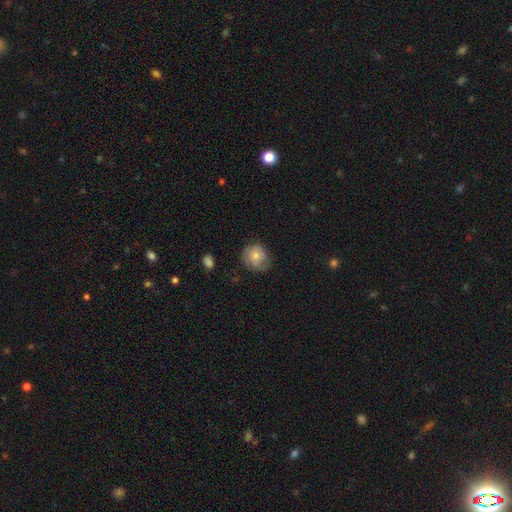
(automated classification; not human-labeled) Overall: smooth (66%). How rounded: round (78%). Merging: none (64%; minor disturbance 26%).